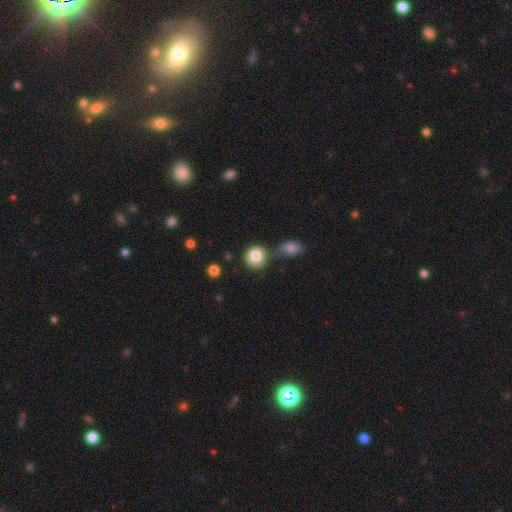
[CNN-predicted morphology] This appears to be a smooth galaxy with no disk features (85%) that is round (87%). Merging: none (56%).